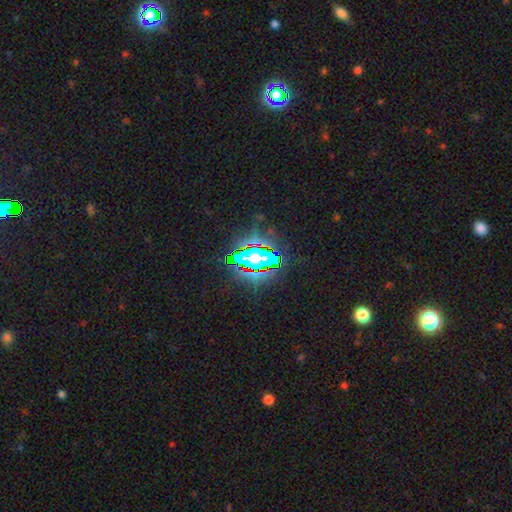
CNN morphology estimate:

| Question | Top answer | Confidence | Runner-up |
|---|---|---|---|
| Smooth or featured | star or artifact | 75% | smooth (14%) |